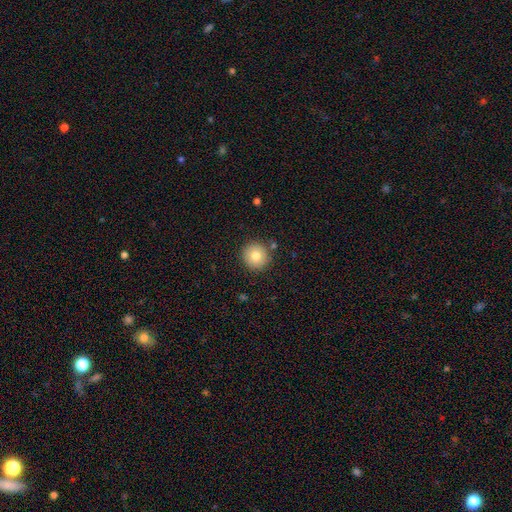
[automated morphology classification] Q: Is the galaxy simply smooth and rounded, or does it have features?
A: smooth — 78%.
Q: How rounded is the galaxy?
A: round — 95%.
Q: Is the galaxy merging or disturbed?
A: none — 87%.